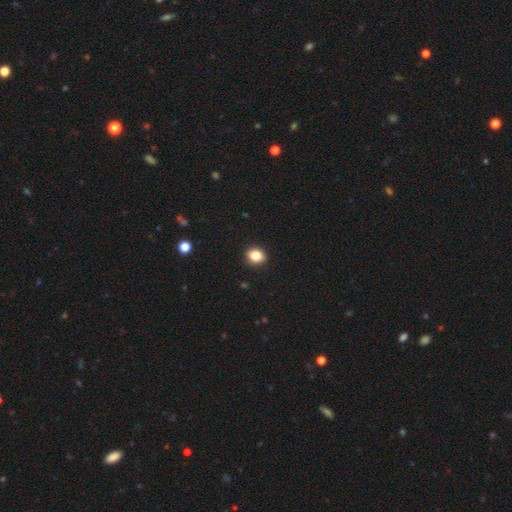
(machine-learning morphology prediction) smooth_or_featured: smooth (p=0.85) [alt: star or artifact p=0.10]
how_rounded: round (p=0.68) [alt: in between p=0.31]
merging: none (p=0.92) [alt: minor disturbance p=0.06]